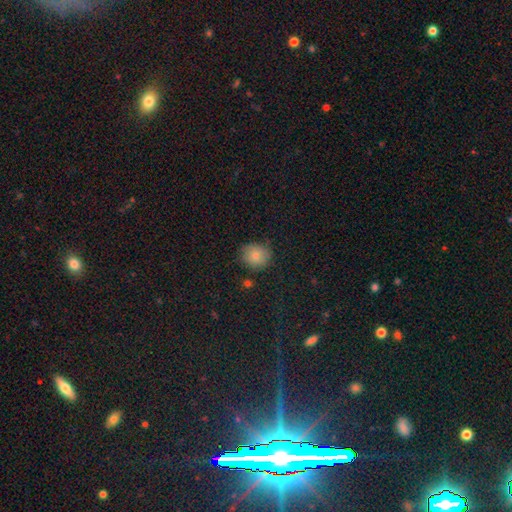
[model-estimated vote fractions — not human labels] A smooth galaxy with no disk features (79%) that is round (81%). Merging: none (76%).